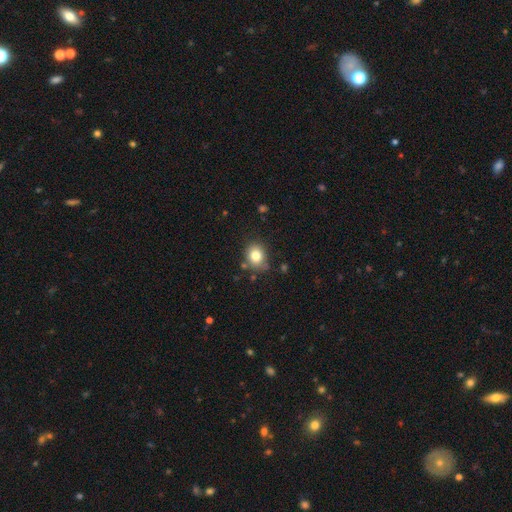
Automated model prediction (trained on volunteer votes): The model was most divided on "how rounded": round: 56%, in between: 43%, cigar-shaped: 1%. More confident: smooth or featured — smooth (81%); merging — none (74%).